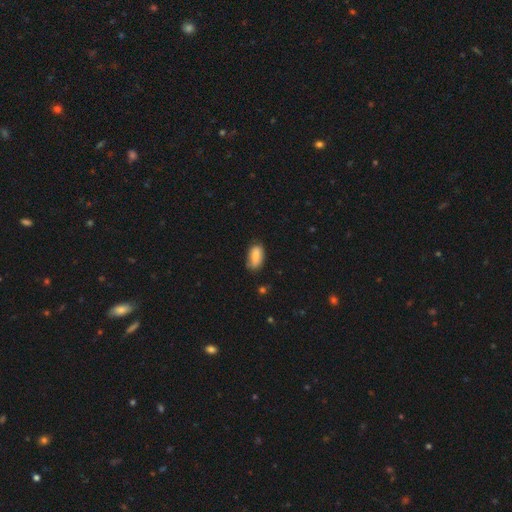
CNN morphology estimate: Smooth or featured?
  - smooth: 85% *
  - featured or disk: 8%
  - star or artifact: 7%
How rounded?
  - in between: 90% *
  - cigar-shaped: 7%
  - round: 3%
Merging?
  - none: 72% *
  - minor disturbance: 22%
  - major disturbance: 4%
  - merger: 2%